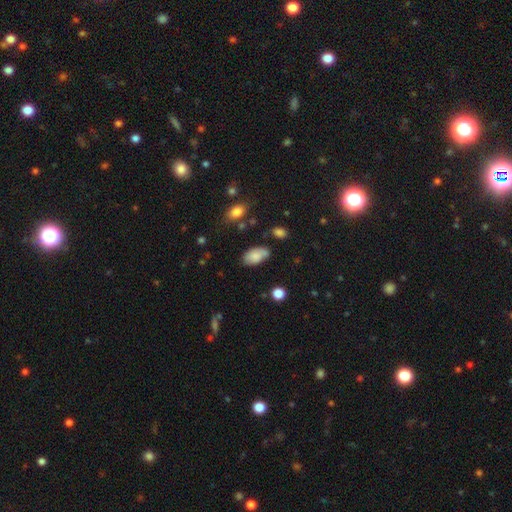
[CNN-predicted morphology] smooth 80%, featured or disk 12%, star or artifact 8%. Down the decision tree: how rounded — in between (94%); merging — none (64%).